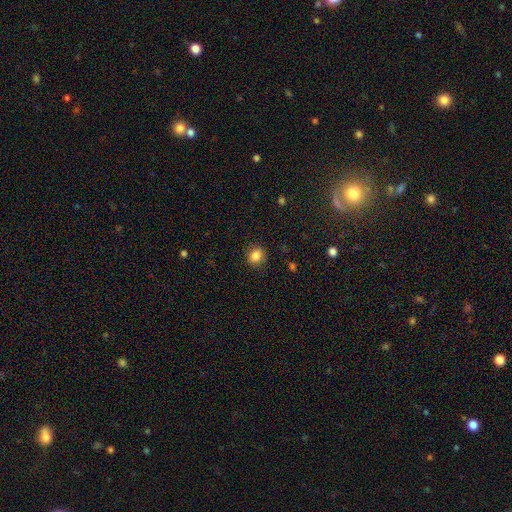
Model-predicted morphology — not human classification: Smooth or featured?
  - smooth: 84% *
  - star or artifact: 11%
  - featured or disk: 5%
How rounded?
  - round: 67% *
  - in between: 32%
  - cigar-shaped: 1%
Merging?
  - none: 87% *
  - minor disturbance: 9%
  - major disturbance: 3%
  - merger: 1%